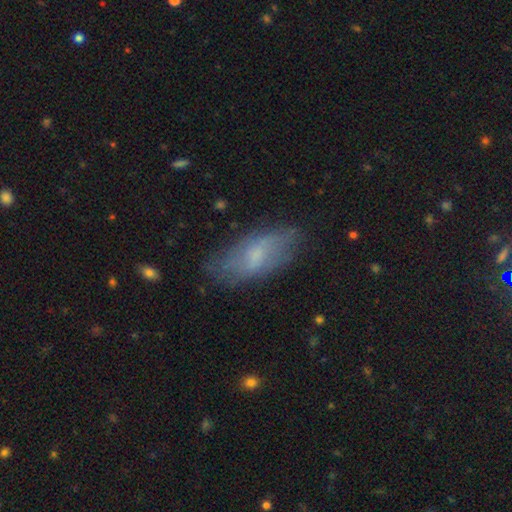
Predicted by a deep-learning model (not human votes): Smooth or featured? smooth (53%)
How rounded? in between (83%)
Merging? none (66%)